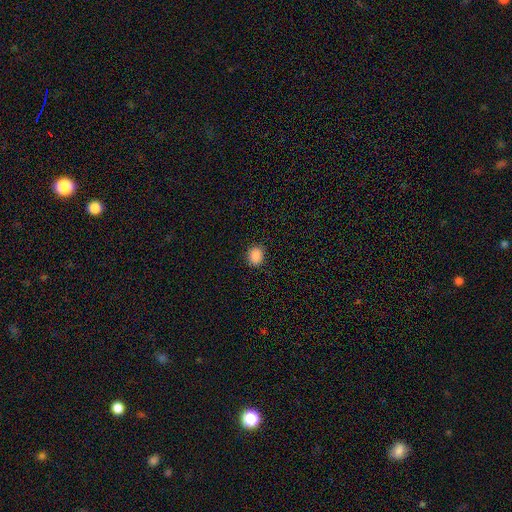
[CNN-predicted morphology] This appears to be a smooth galaxy with no disk features (87%) that is round (55%). Merging: none (86%).